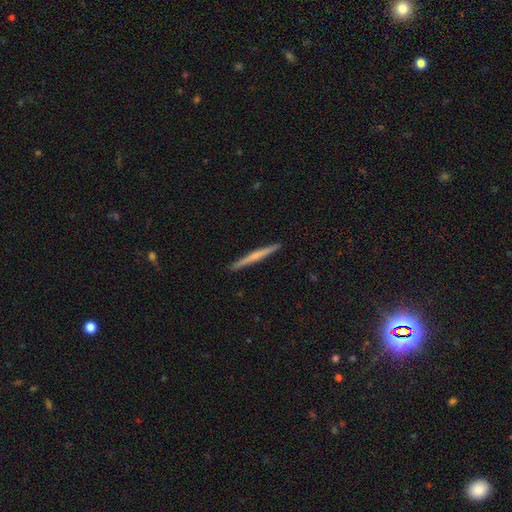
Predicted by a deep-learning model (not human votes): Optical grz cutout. It shows a featured or disk galaxy (51%) viewed edge-on (98%). Merging: none (93%).